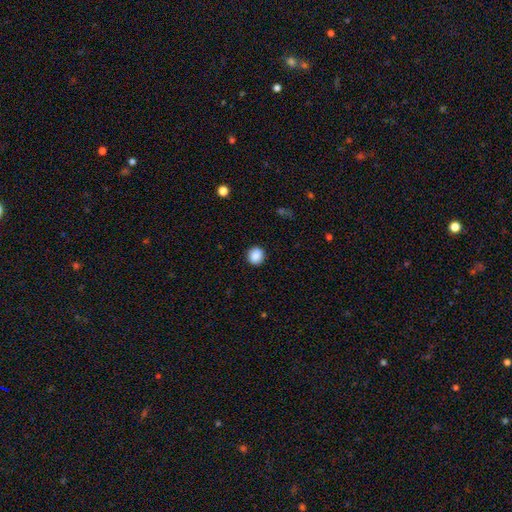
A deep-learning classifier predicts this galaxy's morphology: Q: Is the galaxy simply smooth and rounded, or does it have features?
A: smooth — 89%.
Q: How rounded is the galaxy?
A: round — 90%.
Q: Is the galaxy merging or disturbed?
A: none — 91%.